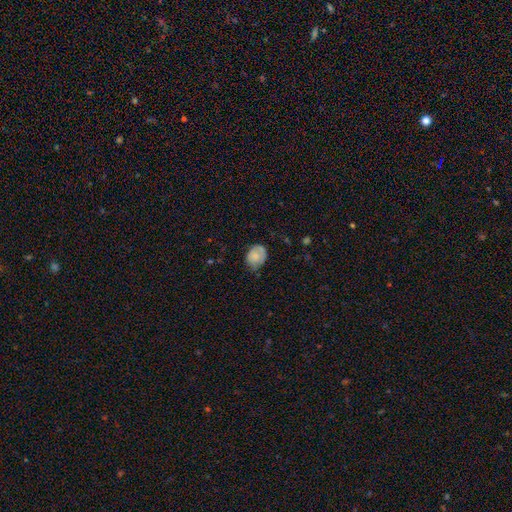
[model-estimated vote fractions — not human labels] smooth_or_featured: smooth (p=0.70) [alt: featured or disk p=0.22]
how_rounded: round (p=0.52) [alt: in between p=0.47]
merging: none (p=0.56) [alt: minor disturbance p=0.33]